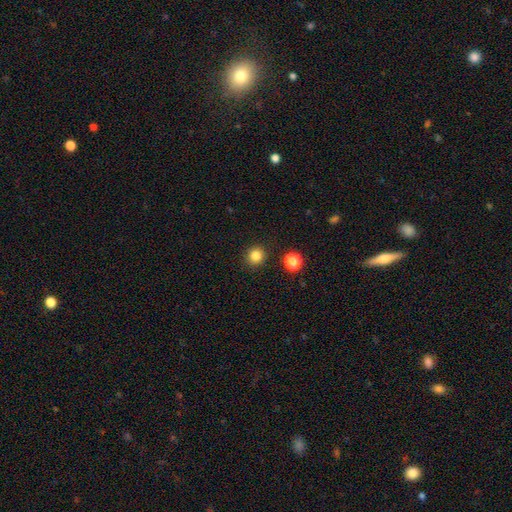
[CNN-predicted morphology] A smooth galaxy with no disk features (82%) that is round (91%). Merging: none (90%).